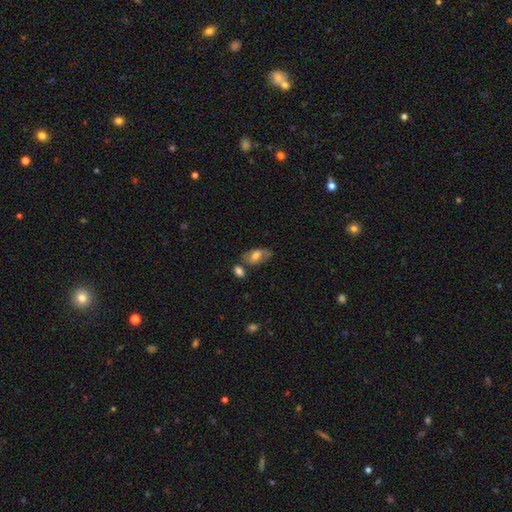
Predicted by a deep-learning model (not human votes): smooth_or_featured: smooth (p=0.66) [alt: featured or disk p=0.27]
how_rounded: in between (p=0.90) [alt: round p=0.06]
merging: none (p=0.54) [alt: minor disturbance p=0.22]